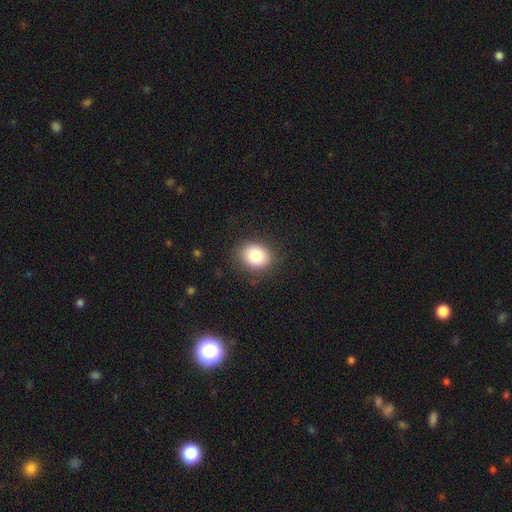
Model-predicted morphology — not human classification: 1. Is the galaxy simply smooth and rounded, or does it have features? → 83% smooth, 9% star or artifact, 8% featured or disk.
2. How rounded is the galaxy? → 50% round, 49% in between, 1% cigar-shaped.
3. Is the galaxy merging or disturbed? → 87% none, 9% minor disturbance, 3% major disturbance, 1% merger.